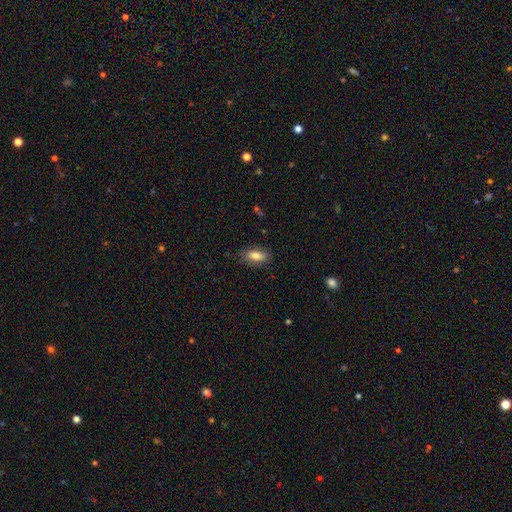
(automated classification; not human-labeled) Overall: smooth (81%). How rounded: in between (85%). Merging: none (82%).